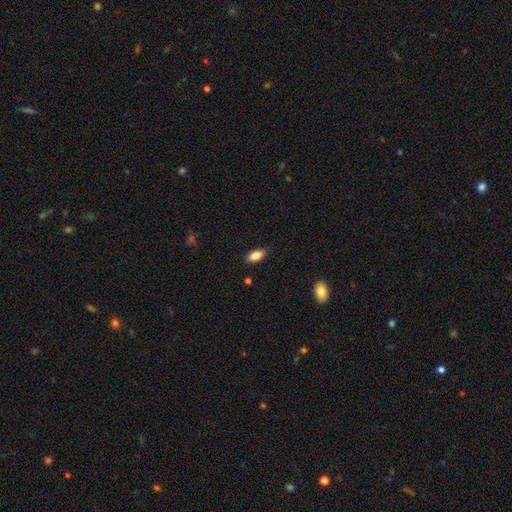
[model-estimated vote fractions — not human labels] smooth_or_featured: smooth (p=0.85) [alt: featured or disk p=0.07]
how_rounded: in between (p=0.91) [alt: cigar-shaped p=0.06]
merging: none (p=0.84) [alt: minor disturbance p=0.13]